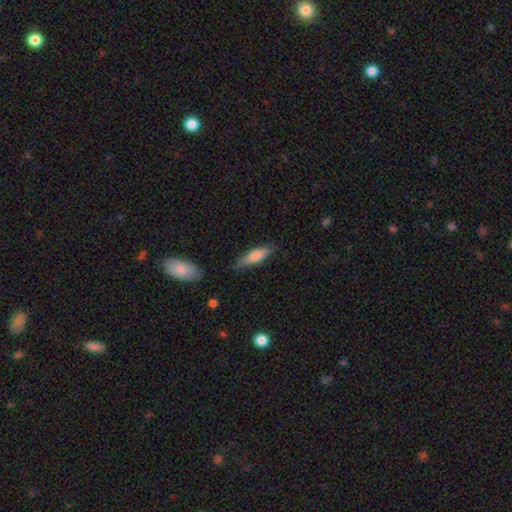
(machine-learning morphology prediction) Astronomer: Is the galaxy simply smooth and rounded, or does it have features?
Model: smooth — 74%.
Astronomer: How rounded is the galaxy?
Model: cigar-shaped — 66%.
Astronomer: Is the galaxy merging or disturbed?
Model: none — 78%.